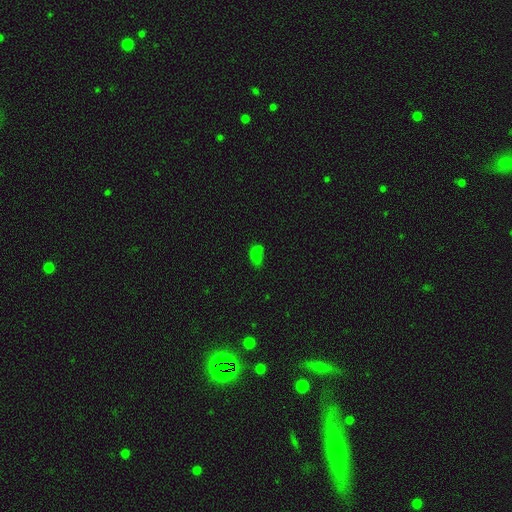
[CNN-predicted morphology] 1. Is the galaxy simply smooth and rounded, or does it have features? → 66% smooth, 21% star or artifact, 13% featured or disk.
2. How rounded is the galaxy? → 73% in between, 22% round, 5% cigar-shaped.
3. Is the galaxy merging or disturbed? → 42% none, 41% merger, 12% minor disturbance, 6% major disturbance.